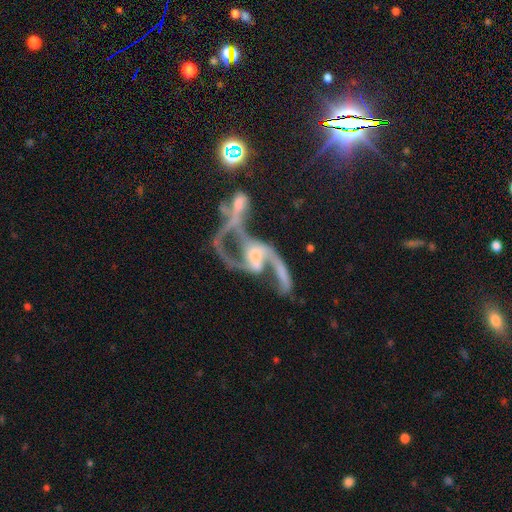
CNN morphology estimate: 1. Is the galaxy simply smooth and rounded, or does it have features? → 86% featured or disk, 7% star or artifact, 7% smooth.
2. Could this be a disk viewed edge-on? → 96% no, 4% yes.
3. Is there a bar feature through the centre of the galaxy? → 40% no, 38% weak, 22% strong.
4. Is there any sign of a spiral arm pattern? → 90% yes, 10% no.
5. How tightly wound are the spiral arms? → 74% loose, 21% medium, 6% tight.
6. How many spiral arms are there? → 79% 2, 6% can't tell, 6% 3, 5% 1, 2% 4, 2% more than 4.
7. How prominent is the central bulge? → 41% small, 34% moderate, 18% none, 6% large, 2% dominant.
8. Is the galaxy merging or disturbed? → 49% merger, 23% major disturbance, 18% none, 9% minor disturbance.